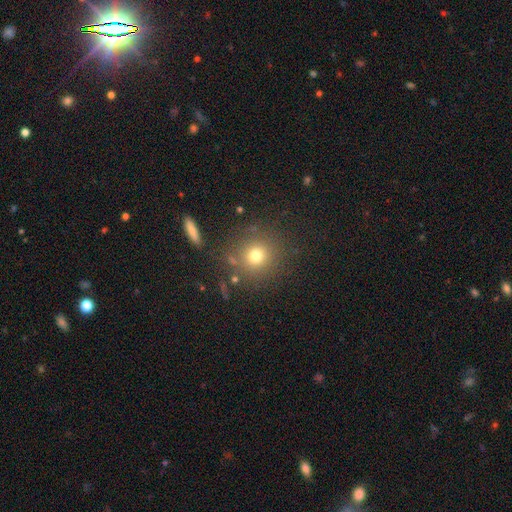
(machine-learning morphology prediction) The model was most divided on "smooth or featured": smooth: 73%, star or artifact: 18%, featured or disk: 10%. More confident: how rounded — round (91%); merging — none (82%).